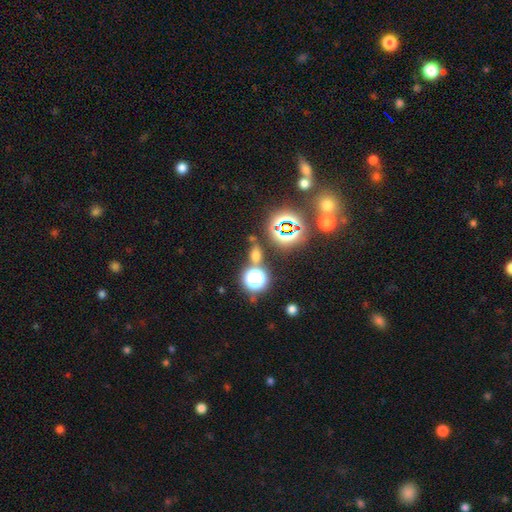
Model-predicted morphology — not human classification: This is possibly a smooth galaxy (48%). Merging: likely none (68%).